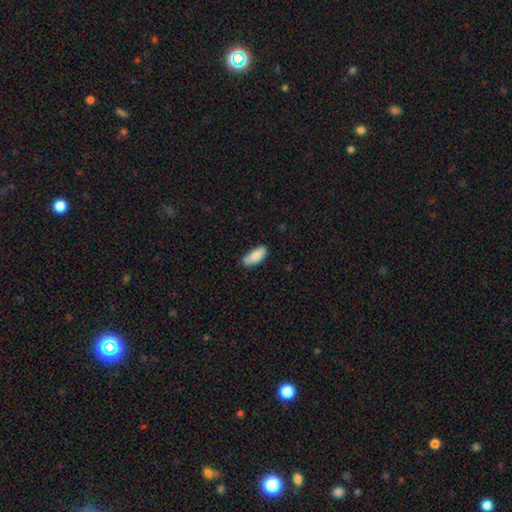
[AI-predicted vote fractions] The model was most divided on "merging": none: 71%, minor disturbance: 23%, major disturbance: 3%, merger: 3%. More confident: smooth or featured — smooth (84%); how rounded — in between (79%).